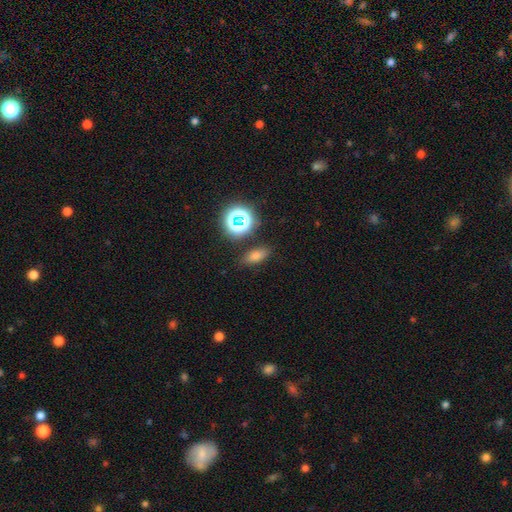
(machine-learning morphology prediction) smooth-or-featured: smooth: 64% | star or artifact: 24% | featured or disk: 12%
  how-rounded: in between: 66% | cigar-shaped: 19% | round: 15%
  merging: none: 85% | minor disturbance: 9% | merger: 3% | major disturbance: 3%